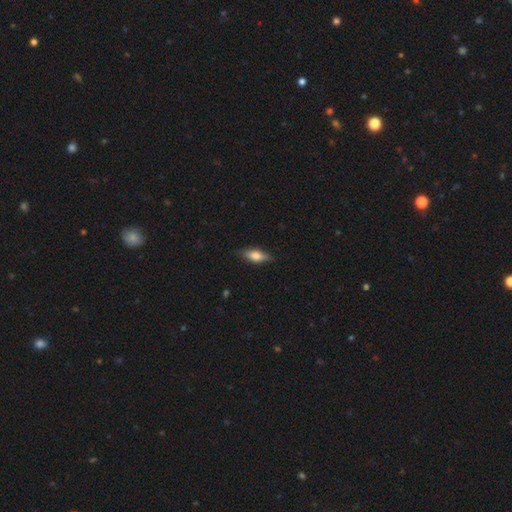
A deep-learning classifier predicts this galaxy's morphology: The model was most divided on "how rounded": in between: 66%, cigar-shaped: 31%, round: 3%. More confident: merging — none (85%); smooth or featured — smooth (66%).